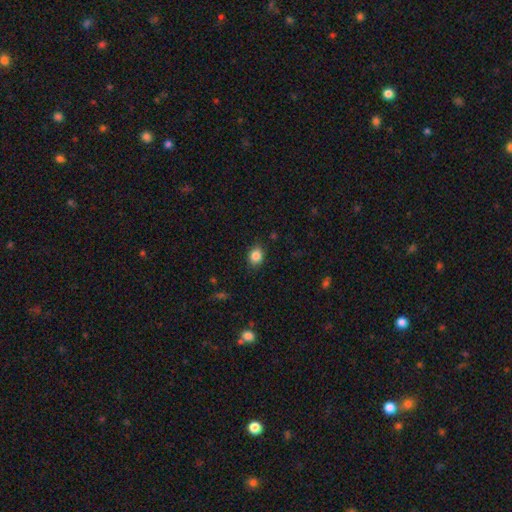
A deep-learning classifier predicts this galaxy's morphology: Smooth or featured? Predicted: smooth (p=0.86). How rounded? Predicted: round (p=0.51). Merging? Predicted: none (p=0.85).